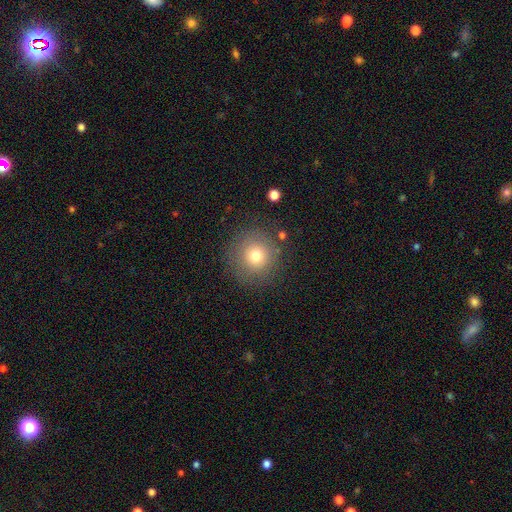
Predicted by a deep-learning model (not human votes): This is likely a smooth galaxy (75%). How rounded: clearly round (94%). Merging: clearly none (84%).